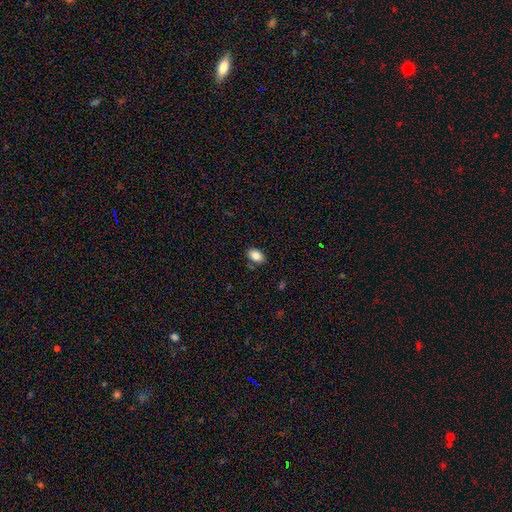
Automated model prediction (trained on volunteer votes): Q: Smooth or featured?
A: smooth (85%); runner-up: star or artifact (9%)
Q: How rounded?
A: in between (85%); runner-up: round (14%)
Q: Merging?
A: none (84%); runner-up: minor disturbance (11%)